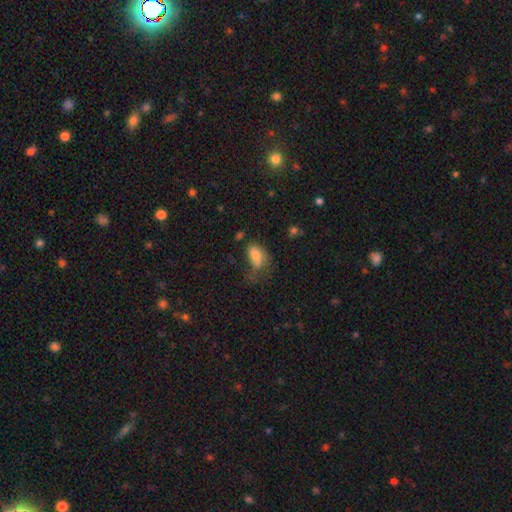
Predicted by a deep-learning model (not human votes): Overall: smooth (74%). How rounded: in between (90%). Merging: major disturbance (38%; none 29%).